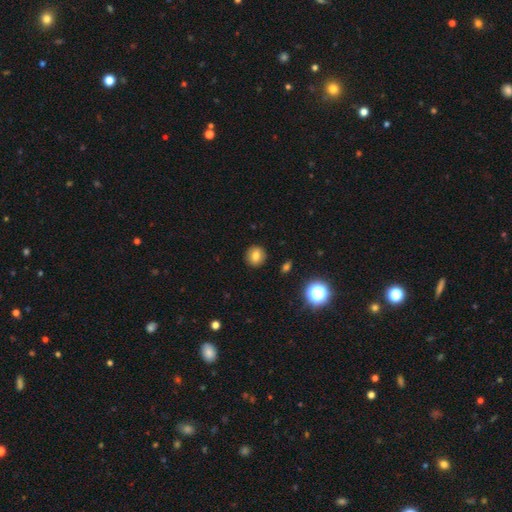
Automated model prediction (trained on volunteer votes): A smooth galaxy with no disk features (77%) that is round (88%).

Vote fractions:
- Smooth or featured? smooth: 77% / star or artifact: 12% / featured or disk: 10%
- How rounded? round: 88% / in between: 11% / cigar-shaped: 1%
- Merging? none: 91% / minor disturbance: 6% / major disturbance: 2% / merger: 1%